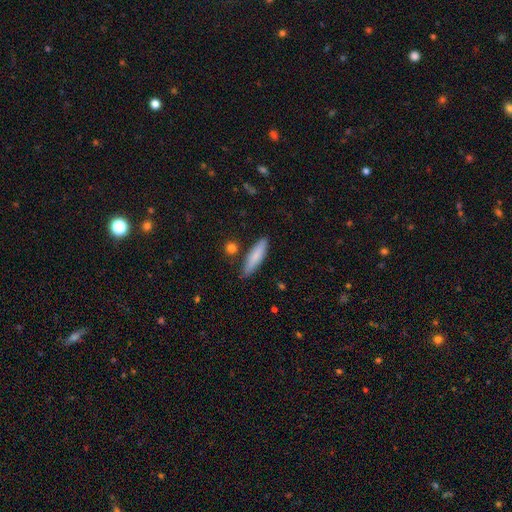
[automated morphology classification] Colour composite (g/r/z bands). It shows a smooth galaxy with no disk features (80%) that is cigar-shaped (75%). Merging: none (81%).